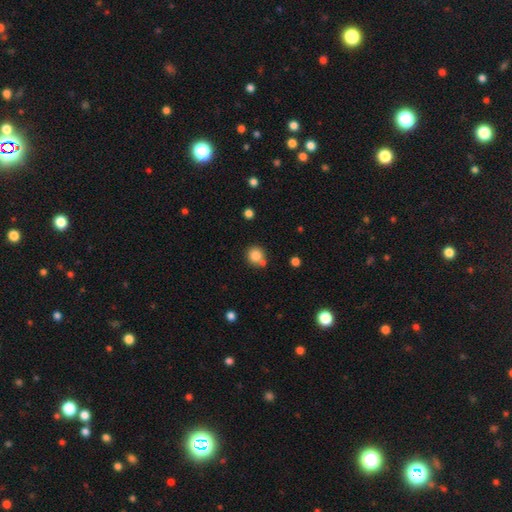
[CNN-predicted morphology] smooth 83%, star or artifact 11%, featured or disk 6%. Down the decision tree: how rounded — round (90%); merging — none (68%).